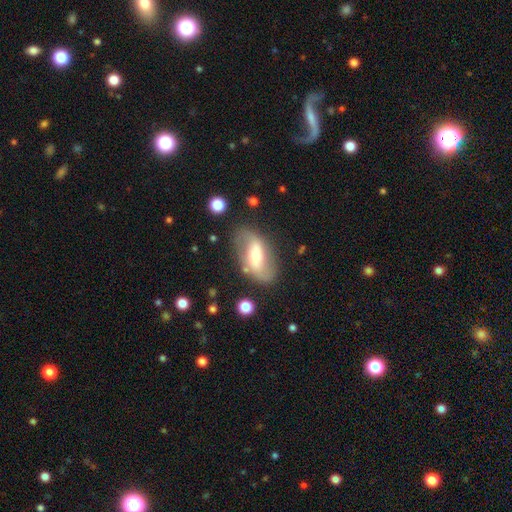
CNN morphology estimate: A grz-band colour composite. It shows a featured or disk galaxy (70%) with a strong bar (37%), 2 (88%) loose (61%) spiral arms (82%) and a moderate central bulge (55%). Merging: none (75%).